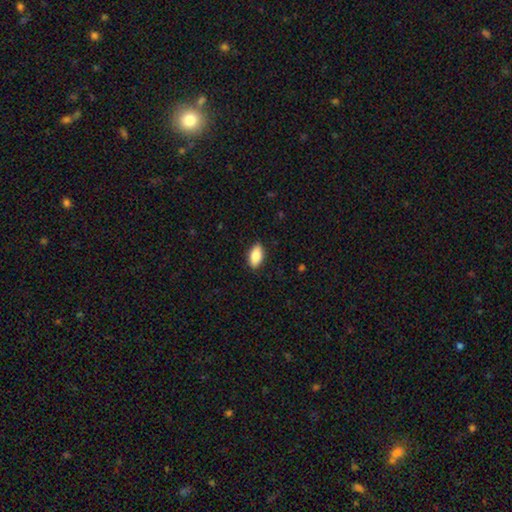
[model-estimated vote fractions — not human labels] A smooth galaxy with no disk features (85%) that is in between round and cigar-shaped (90%). Merging: none (88%).